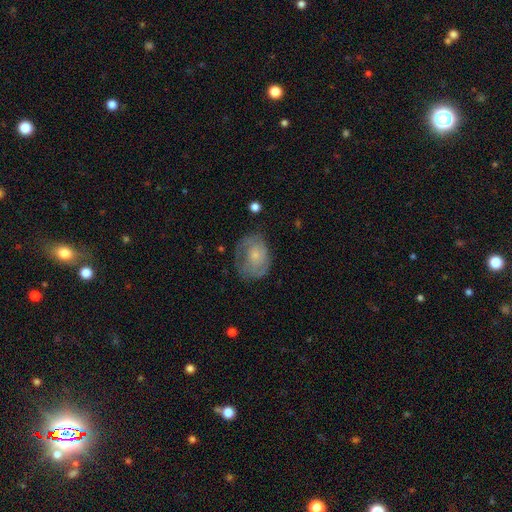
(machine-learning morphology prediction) The model was most divided on "smooth or featured": featured or disk: 48%, smooth: 44%, star or artifact: 8%. More confident: merging — none (58%).